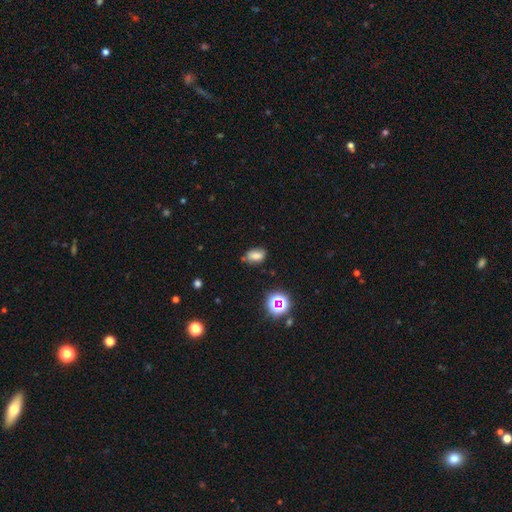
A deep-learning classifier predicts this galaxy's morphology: smooth_or_featured: smooth (p=0.73) [alt: star or artifact p=0.16]
how_rounded: in between (p=0.87) [alt: round p=0.11]
merging: none (p=0.67) [alt: minor disturbance p=0.25]